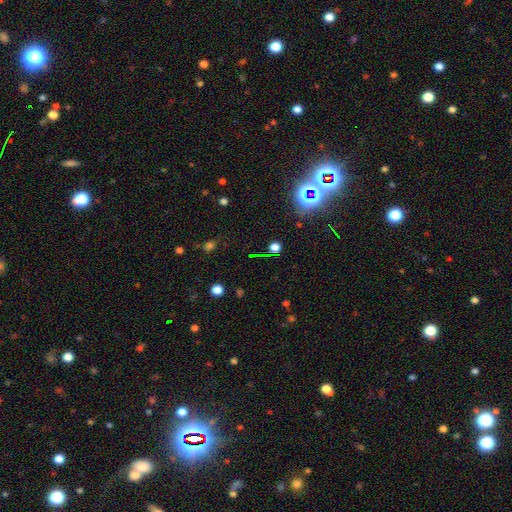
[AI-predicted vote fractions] smooth-or-featured: star or artifact: 65% | smooth: 23% | featured or disk: 12%